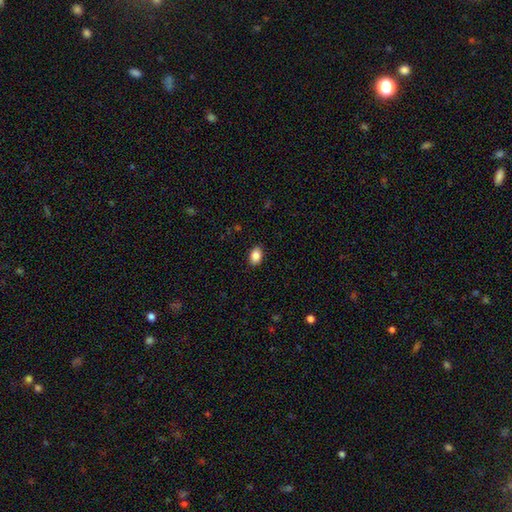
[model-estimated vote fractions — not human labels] This is clearly a smooth galaxy (87%). How rounded: clearly in between (84%). Merging: clearly none (89%).